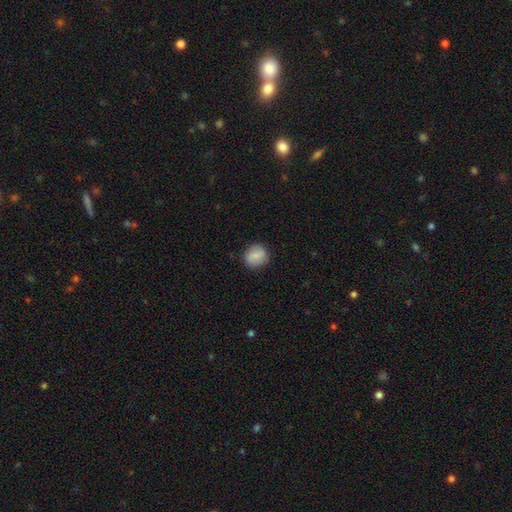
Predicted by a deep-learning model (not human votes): Smooth or featured: smooth — 79% (featured or disk — 14%)
How rounded: round — 80% (in between — 18%)
Merging: none — 85% (minor disturbance — 11%)